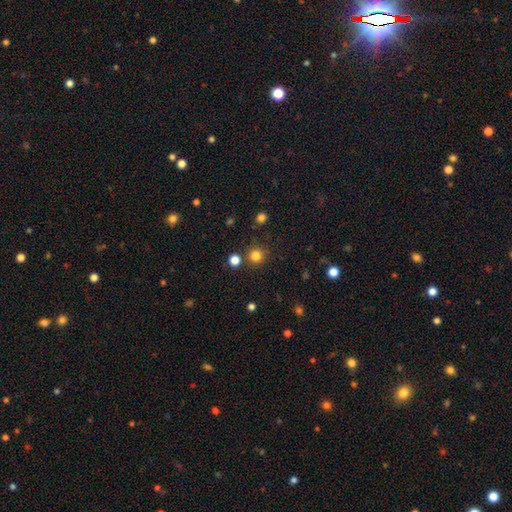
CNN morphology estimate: Smooth or featured: smooth — 81% (star or artifact — 14%)
How rounded: round — 94% (in between — 5%)
Merging: none — 84% (minor disturbance — 7%)